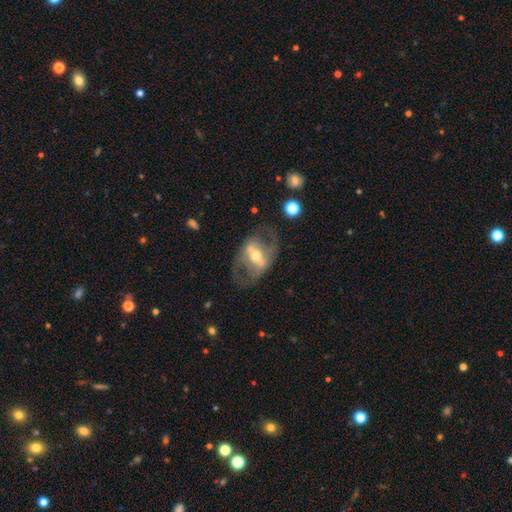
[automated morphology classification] Overall: featured or disk (74%). Edge-on disk: no (90%). Bar: strong (52%; weak 30%). Spiral arms: no (52%; yes 48%). Bulge size: moderate (60%; small 31%). Merging: none (60%).